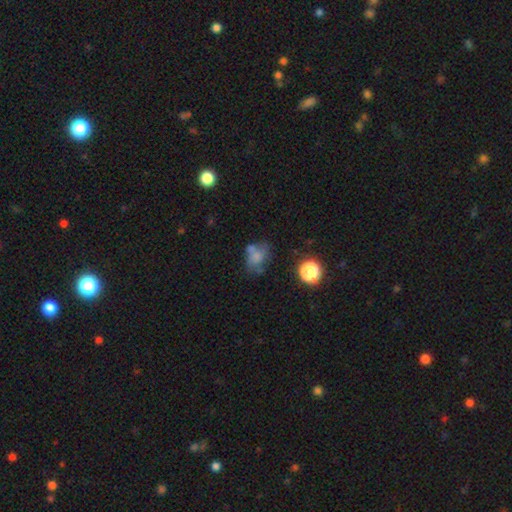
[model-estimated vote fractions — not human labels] Smooth or featured?
  - smooth: 59% *
  - featured or disk: 26%
  - star or artifact: 15%
How rounded?
  - in between: 61% *
  - round: 37%
  - cigar-shaped: 1%
Merging?
  - none: 36% *
  - merger: 25%
  - minor disturbance: 22%
  - major disturbance: 18%